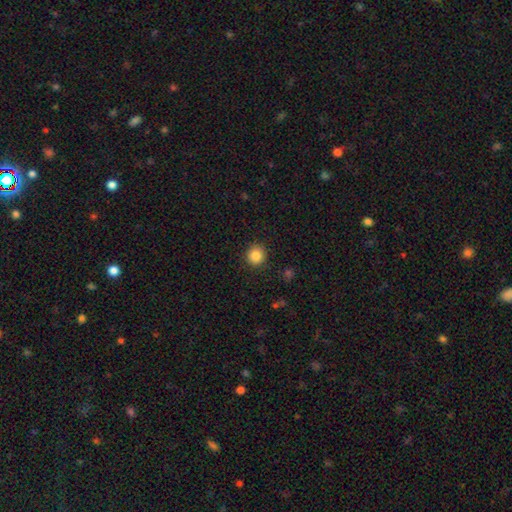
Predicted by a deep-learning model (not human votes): Q: Smooth or featured?
A: smooth (86%); runner-up: star or artifact (10%)
Q: How rounded?
A: round (92%); runner-up: in between (7%)
Q: Merging?
A: none (90%); runner-up: minor disturbance (7%)